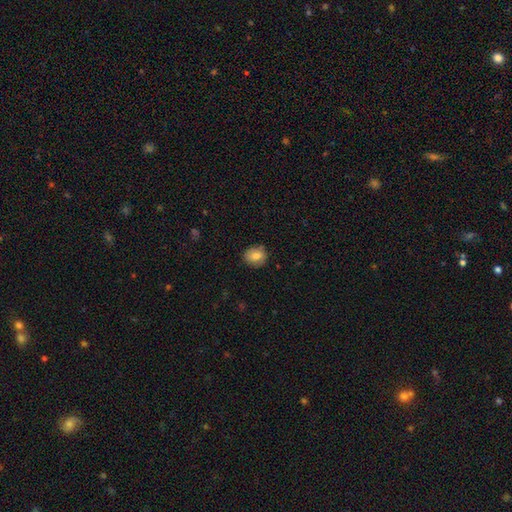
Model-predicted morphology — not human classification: Overall: smooth (79%). How rounded: round (70%). Merging: none (82%).